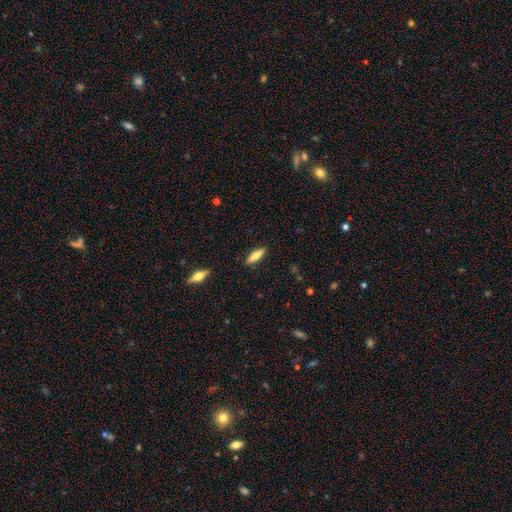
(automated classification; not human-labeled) Smooth or featured: smooth — 68% (featured or disk — 25%)
How rounded: cigar-shaped — 58% (in between — 40%)
Merging: none — 89% (minor disturbance — 8%)